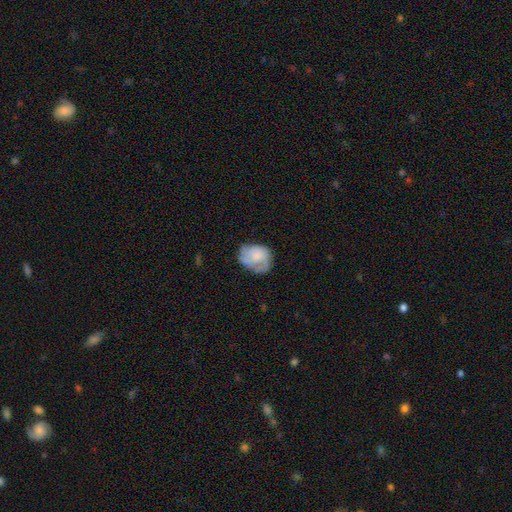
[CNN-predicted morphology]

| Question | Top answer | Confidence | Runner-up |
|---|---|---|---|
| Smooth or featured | smooth | 50% | featured or disk (43%) |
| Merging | none | 55% | minor disturbance (29%) |